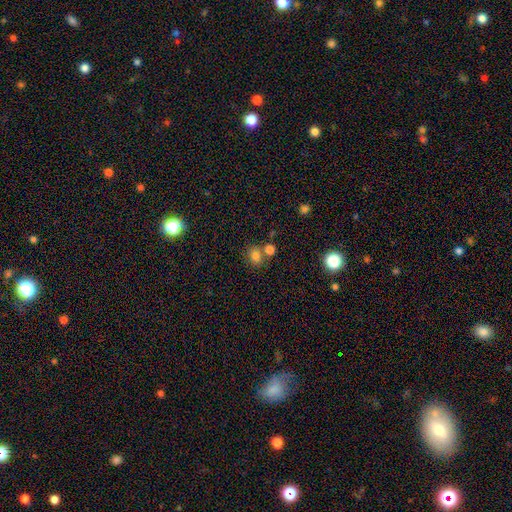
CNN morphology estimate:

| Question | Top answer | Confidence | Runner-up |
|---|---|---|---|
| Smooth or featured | smooth | 79% | star or artifact (14%) |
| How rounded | round | 57% | in between (42%) |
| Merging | none | 61% | merger (25%) |